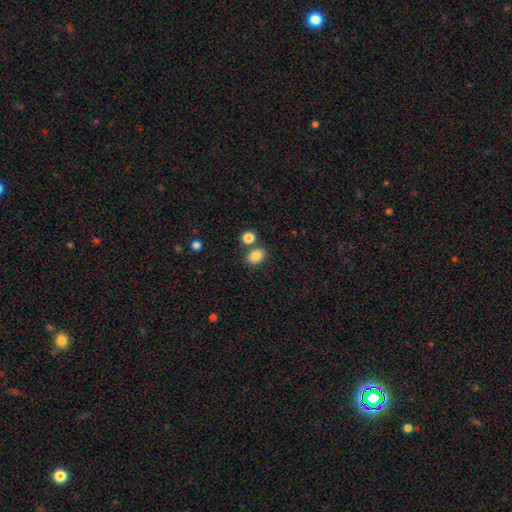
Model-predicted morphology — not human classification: This appears to be a smooth galaxy with no disk features (84%) that is round (50%). Merging: none (71%).